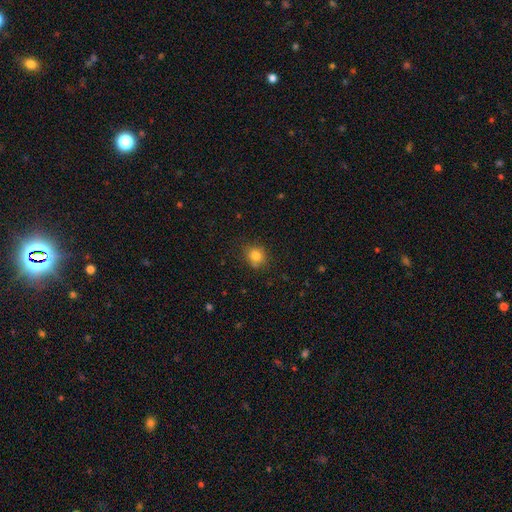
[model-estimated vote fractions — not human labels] This appears to be a smooth galaxy with no disk features (81%) that is round (75%). Merging: none (78%).